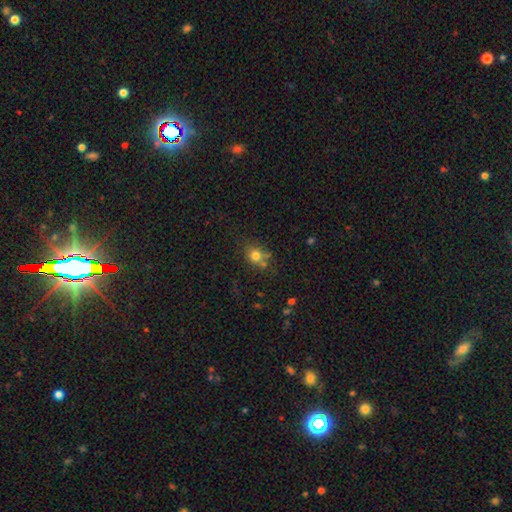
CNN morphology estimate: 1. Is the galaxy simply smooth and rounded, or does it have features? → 75% smooth, 14% star or artifact, 10% featured or disk.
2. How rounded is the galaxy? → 72% round, 27% in between, 1% cigar-shaped.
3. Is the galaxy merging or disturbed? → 62% none, 18% merger, 15% minor disturbance, 5% major disturbance.